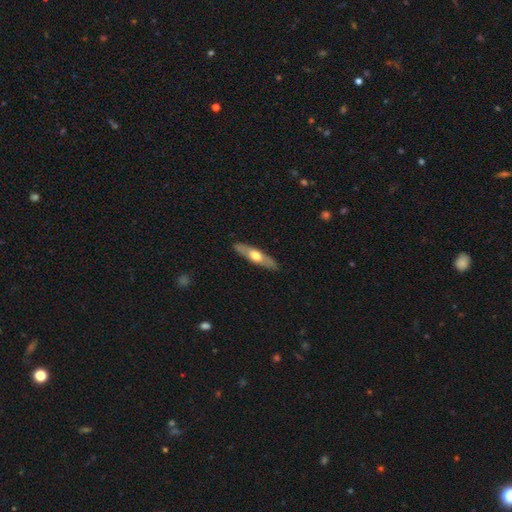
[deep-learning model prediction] smooth-or-featured: featured or disk: 50% | smooth: 45% | star or artifact: 5%
  disk-edge-on: yes: 72% | no: 28%
  merging: none: 88% | minor disturbance: 9% | major disturbance: 2% | merger: 1%